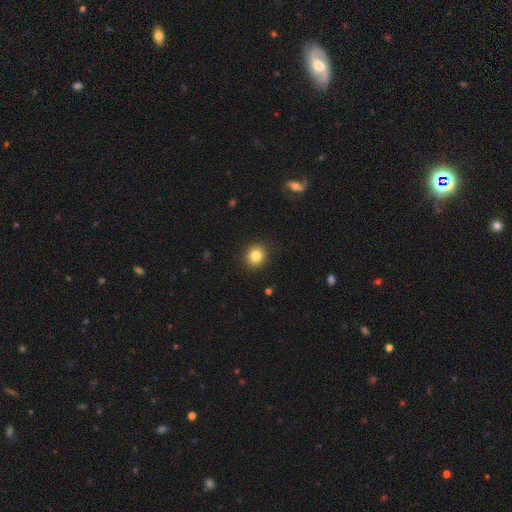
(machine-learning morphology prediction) A smooth galaxy with no disk features (83%) that is round (83%).

Vote fractions:
- Smooth or featured? smooth: 83% / star or artifact: 11% / featured or disk: 6%
- How rounded? round: 83% / in between: 16% / cigar-shaped: 1%
- Merging? none: 91% / minor disturbance: 6% / major disturbance: 2% / merger: 1%